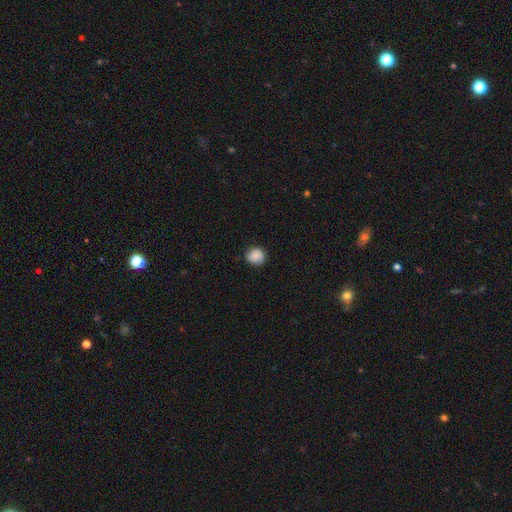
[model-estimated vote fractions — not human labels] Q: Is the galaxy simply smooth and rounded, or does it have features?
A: smooth — 87%.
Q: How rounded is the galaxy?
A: round — 89%.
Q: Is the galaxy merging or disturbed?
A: none — 85%.